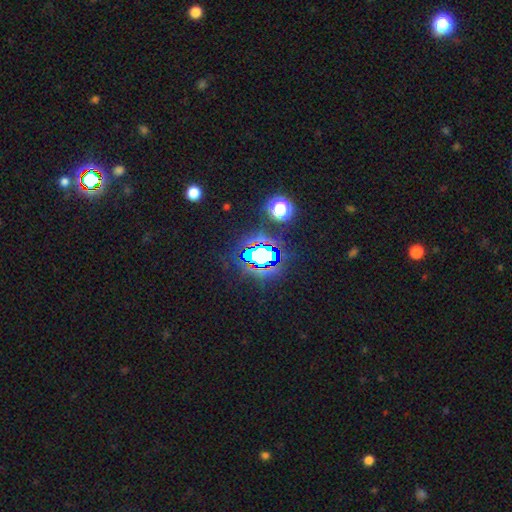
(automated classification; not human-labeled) smooth_or_featured: star or artifact (p=0.68) [alt: smooth p=0.20]